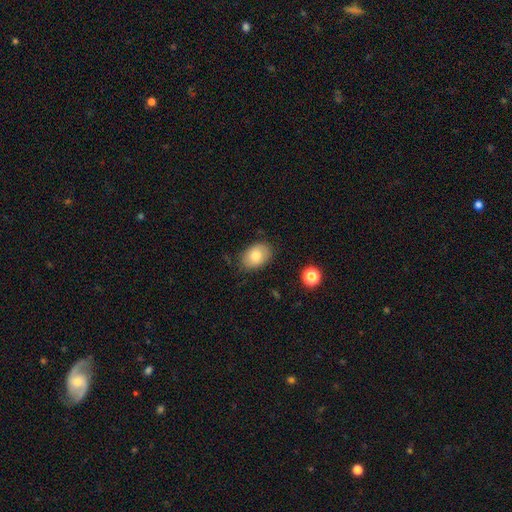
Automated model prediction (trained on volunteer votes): smooth_or_featured: smooth (p=0.79) [alt: featured or disk p=0.13]
how_rounded: in between (p=0.79) [alt: round p=0.20]
merging: none (p=0.80) [alt: minor disturbance p=0.15]